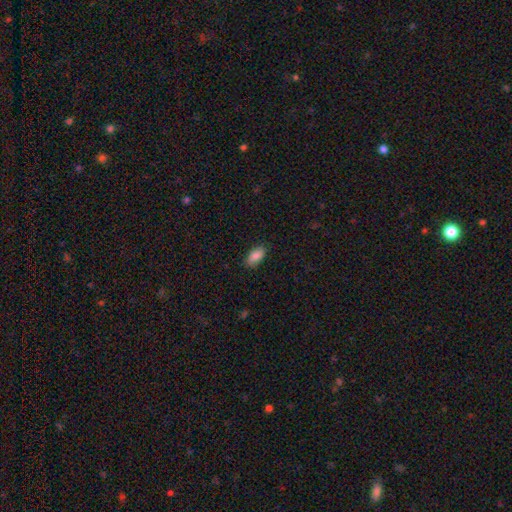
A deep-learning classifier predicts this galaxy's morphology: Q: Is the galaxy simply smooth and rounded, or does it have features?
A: smooth — 84%.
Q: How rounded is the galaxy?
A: in between — 92%.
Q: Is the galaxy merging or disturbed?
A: none — 84%.